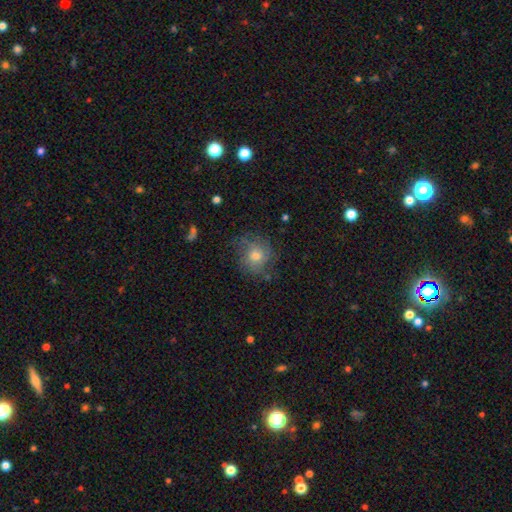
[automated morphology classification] smooth_or_featured: smooth (p=0.52) [alt: featured or disk p=0.35]
how_rounded: round (p=0.85) [alt: in between p=0.14]
merging: none (p=0.69) [alt: minor disturbance p=0.19]